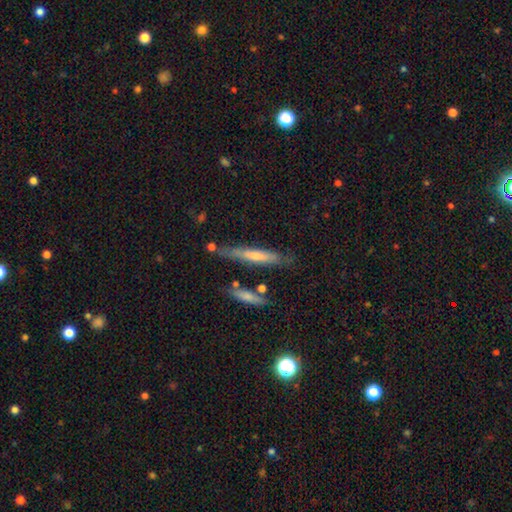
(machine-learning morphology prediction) type=featured or disk (47%); merging=none (72%).